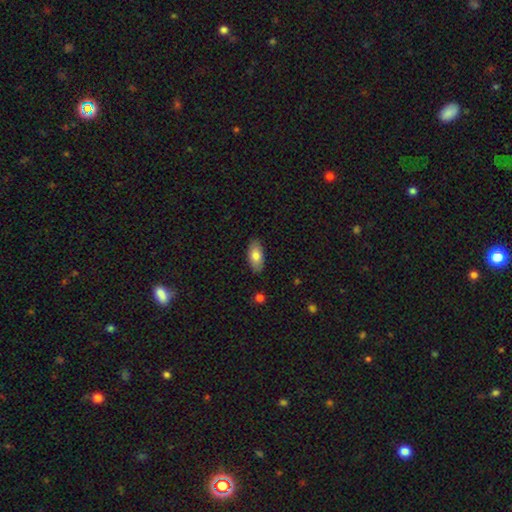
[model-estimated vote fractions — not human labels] The model was most divided on "smooth or featured": smooth: 77%, featured or disk: 16%, star or artifact: 6%. More confident: how rounded — in between (91%); merging — none (87%).